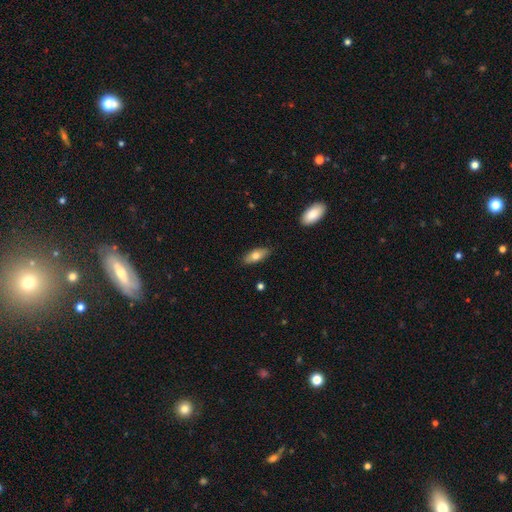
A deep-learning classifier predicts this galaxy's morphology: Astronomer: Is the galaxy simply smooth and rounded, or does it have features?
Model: smooth — 73%.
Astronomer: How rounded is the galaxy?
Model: in between — 78%.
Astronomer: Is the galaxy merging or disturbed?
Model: none — 86%.